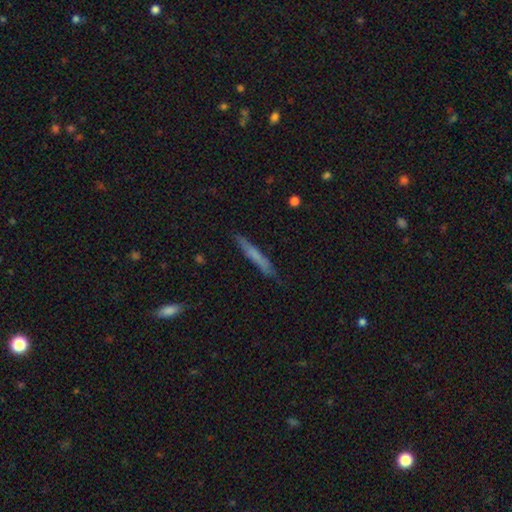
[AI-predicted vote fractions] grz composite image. It shows a smooth galaxy with no disk features (61%) that is cigar-shaped (95%). Merging: none (85%).